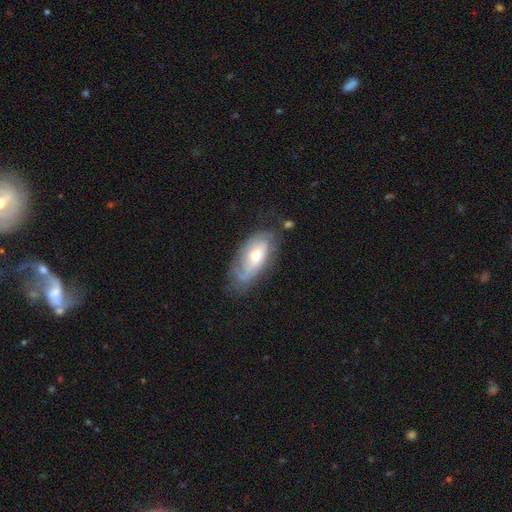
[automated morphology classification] The model was most divided on "smooth or featured": featured or disk: 62%, smooth: 31%, star or artifact: 7%. More confident: edge-on disk — no (88%); spiral arms — yes (79%); bar — no (62%); bulge size — moderate (62%); merging — none (60%).